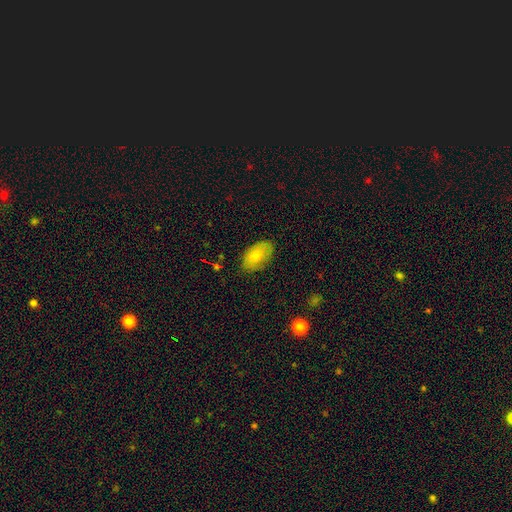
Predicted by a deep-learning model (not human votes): smooth 80%, featured or disk 13%, star or artifact 7%. Down the decision tree: how rounded — in between (93%); merging — none (78%).